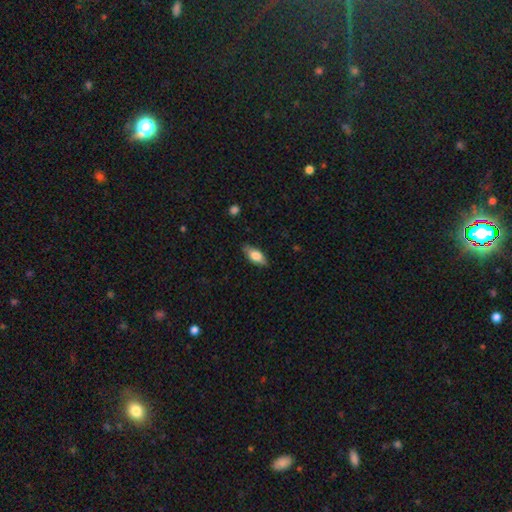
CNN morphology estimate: Overall: smooth (73%). How rounded: in between (84%). Merging: none (84%).